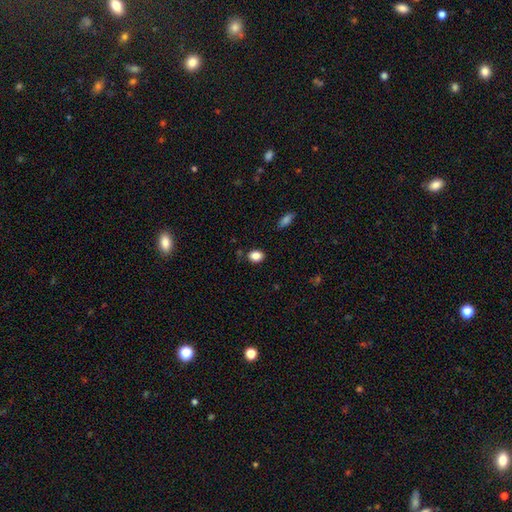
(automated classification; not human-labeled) A smooth galaxy with no disk features (85%) that is in between round and cigar-shaped (64%).

Vote fractions:
- Smooth or featured? smooth: 85% / star or artifact: 9% / featured or disk: 5%
- How rounded? in between: 64% / round: 35% / cigar-shaped: 1%
- Merging? none: 82% / minor disturbance: 12% / major disturbance: 3% / merger: 3%